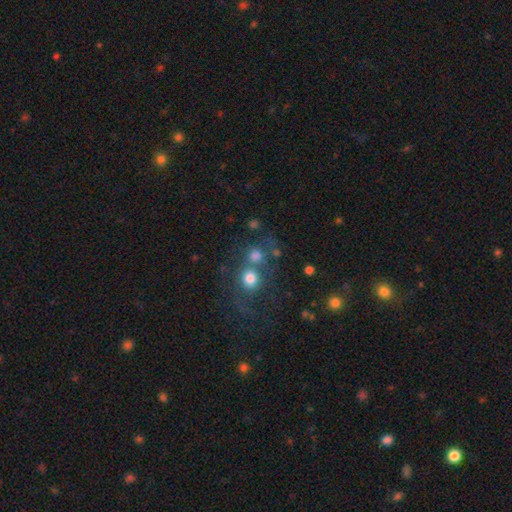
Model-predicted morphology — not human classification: smooth-or-featured: smooth: 72% | star or artifact: 15% | featured or disk: 13%
  how-rounded: round: 82% | in between: 17% | cigar-shaped: 1%
  merging: none: 45% | merger: 38% | minor disturbance: 9% | major disturbance: 8%